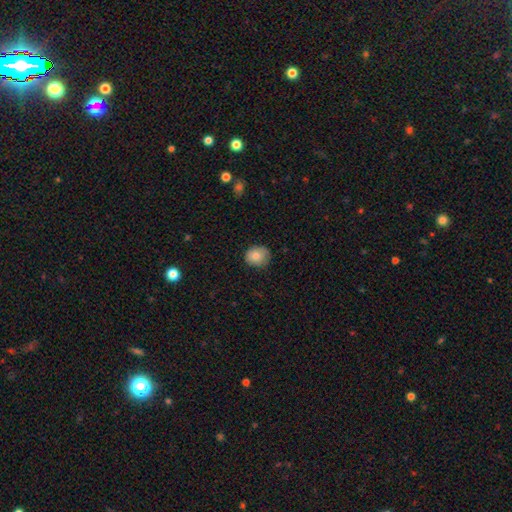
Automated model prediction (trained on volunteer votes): This appears to be a smooth galaxy with no disk features (81%) that is round (73%). Merging: none (78%).